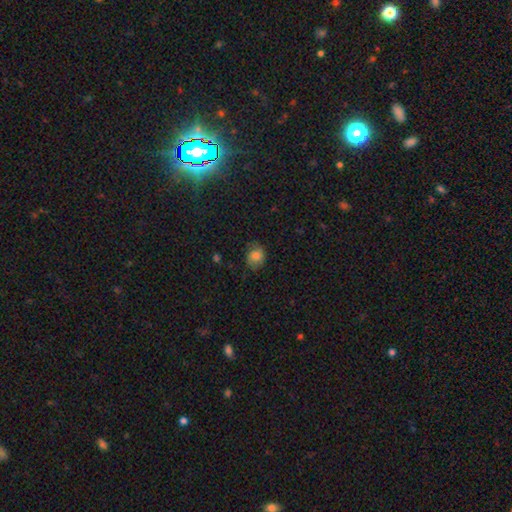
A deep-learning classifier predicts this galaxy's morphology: Q: Smooth or featured?
A: smooth (74%); runner-up: featured or disk (16%)
Q: How rounded?
A: round (58%); runner-up: in between (41%)
Q: Merging?
A: none (71%); runner-up: minor disturbance (22%)